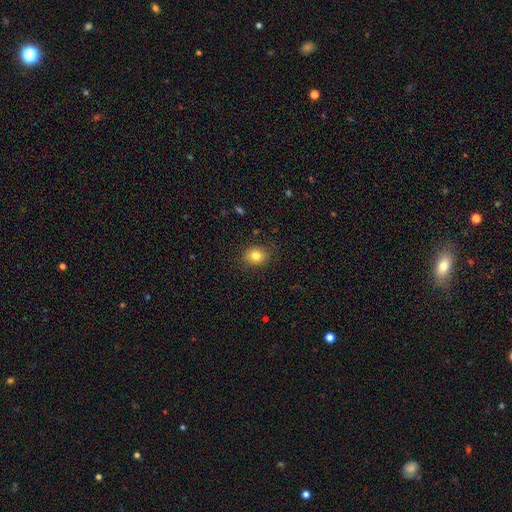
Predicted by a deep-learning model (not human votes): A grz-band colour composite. It shows a smooth galaxy with no disk features (80%) that is round (68%). Merging: none (86%).